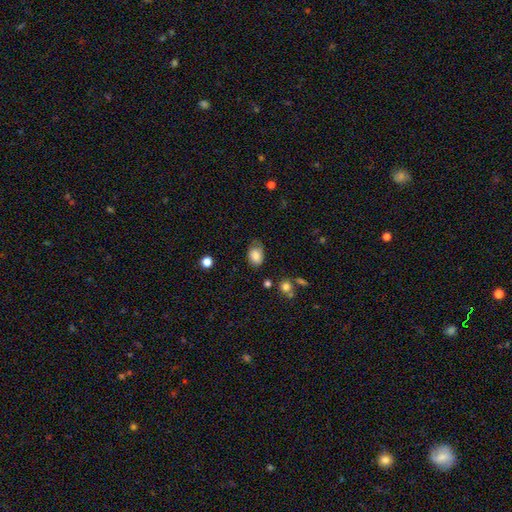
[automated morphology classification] Smooth or featured? Predicted: smooth (p=0.84). How rounded? Predicted: in between (p=0.78). Merging? Predicted: none (p=0.58).